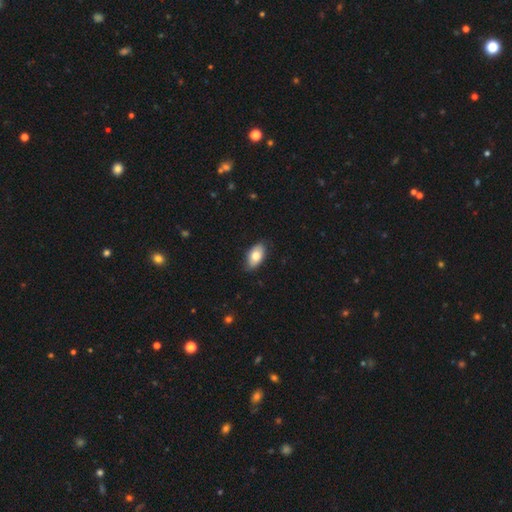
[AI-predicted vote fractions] Smooth or featured?
  - smooth: 79% *
  - featured or disk: 15%
  - star or artifact: 6%
How rounded?
  - in between: 94% *
  - round: 4%
  - cigar-shaped: 2%
Merging?
  - none: 84% *
  - minor disturbance: 13%
  - major disturbance: 2%
  - merger: 1%